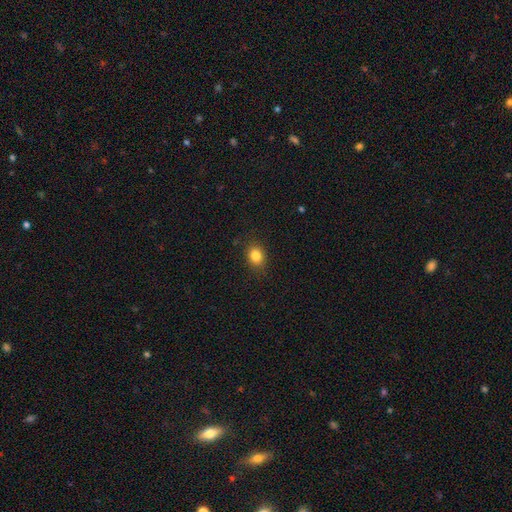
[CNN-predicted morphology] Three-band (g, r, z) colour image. It shows a smooth galaxy with no disk features (84%) that is in between round and cigar-shaped (50%). Merging: none (86%).